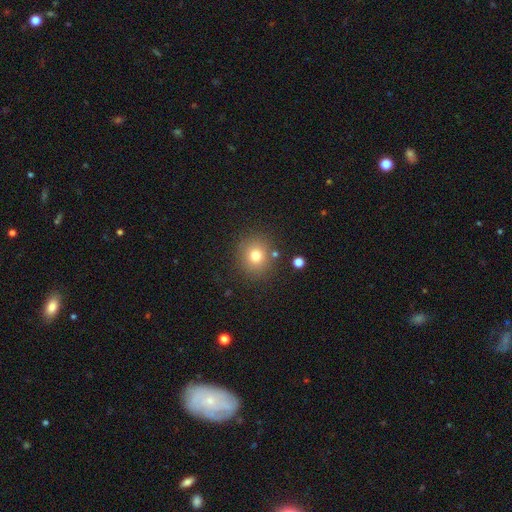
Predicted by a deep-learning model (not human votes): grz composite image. It shows a smooth galaxy with no disk features (77%) that is round (86%). Merging: none (84%).